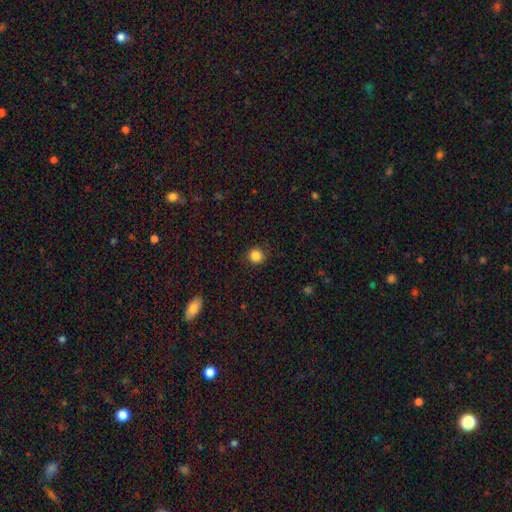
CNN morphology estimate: type=smooth (85%); roundness=round (93%); merging=none (90%).